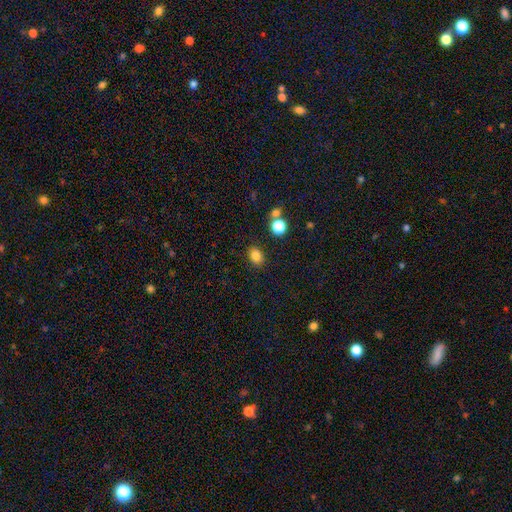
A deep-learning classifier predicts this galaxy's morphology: Q: Smooth or featured?
A: smooth (83%); runner-up: star or artifact (12%)
Q: How rounded?
A: in between (66%); runner-up: round (33%)
Q: Merging?
A: none (84%); runner-up: minor disturbance (9%)